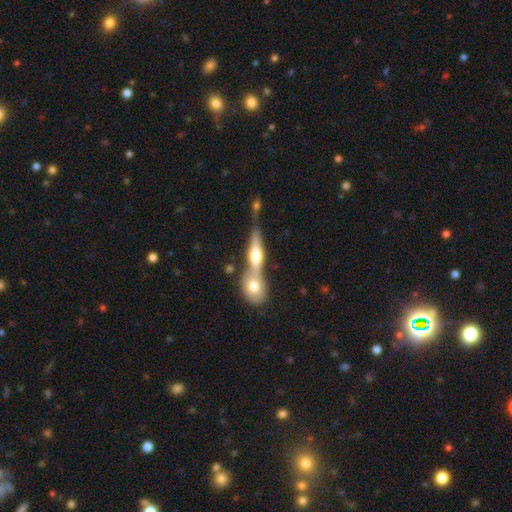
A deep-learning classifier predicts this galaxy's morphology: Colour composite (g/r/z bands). It shows a featured or disk galaxy (50%) viewed edge-on (81%). Merging: merger (57%).